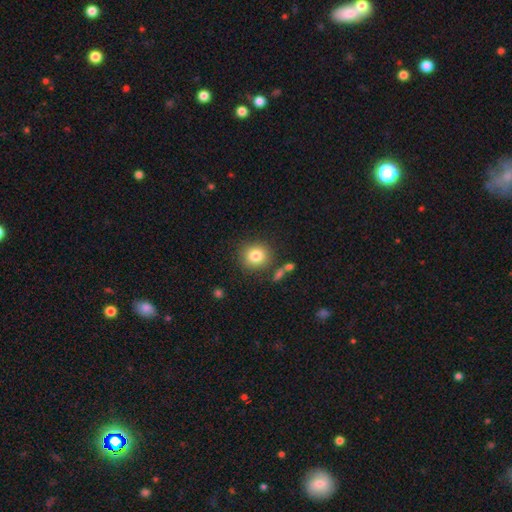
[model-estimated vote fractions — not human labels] smooth 81%, star or artifact 10%, featured or disk 9%. Down the decision tree: how rounded — round (86%); merging — none (82%).